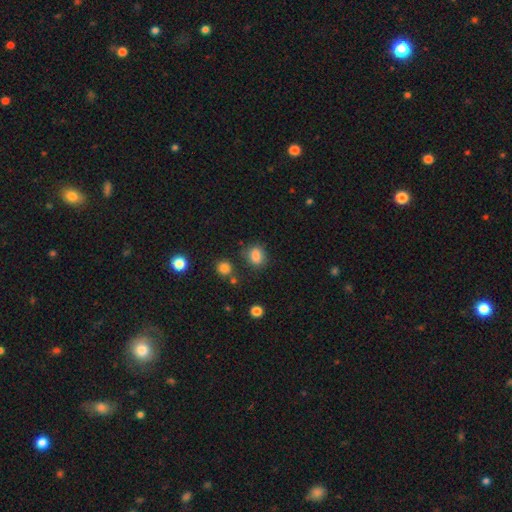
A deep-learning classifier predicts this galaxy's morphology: smooth_or_featured: smooth (p=0.83) [alt: star or artifact p=0.11]
how_rounded: in between (p=0.52) [alt: round p=0.47]
merging: none (p=0.76) [alt: minor disturbance p=0.15]